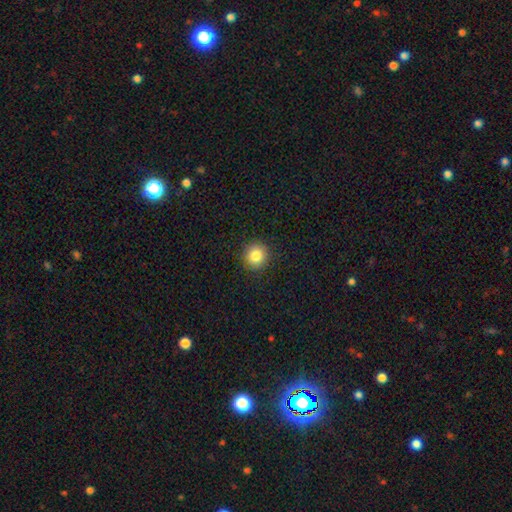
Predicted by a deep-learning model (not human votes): The model was most divided on "smooth or featured": smooth: 84%, star or artifact: 10%, featured or disk: 6%. More confident: how rounded — round (91%); merging — none (91%).